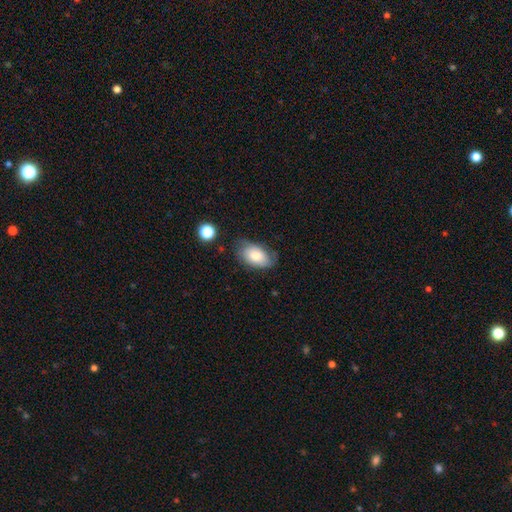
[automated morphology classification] Smooth or featured? Predicted: smooth (p=0.73). How rounded? Predicted: in between (p=0.92). Merging? Predicted: none (p=0.64).